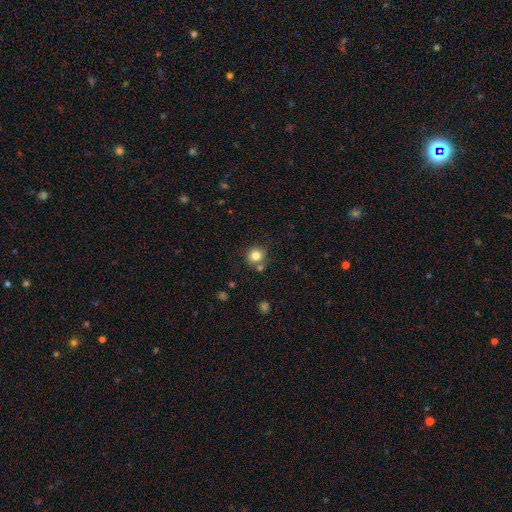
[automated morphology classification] This appears to be a smooth galaxy with no disk features (82%) that is round (87%). Merging: none (73%).